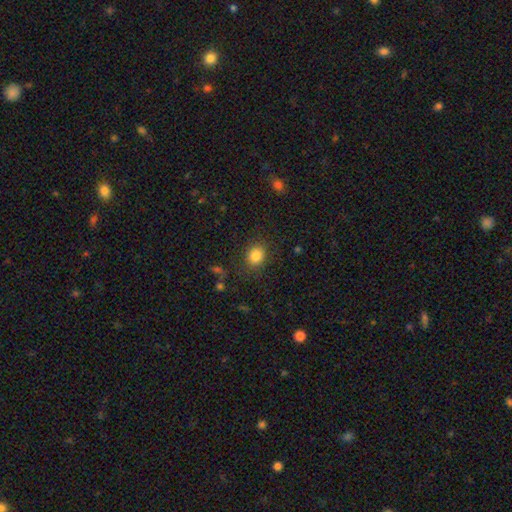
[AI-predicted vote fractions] Overall: smooth (83%). How rounded: round (58%; in between 41%). Merging: none (84%).